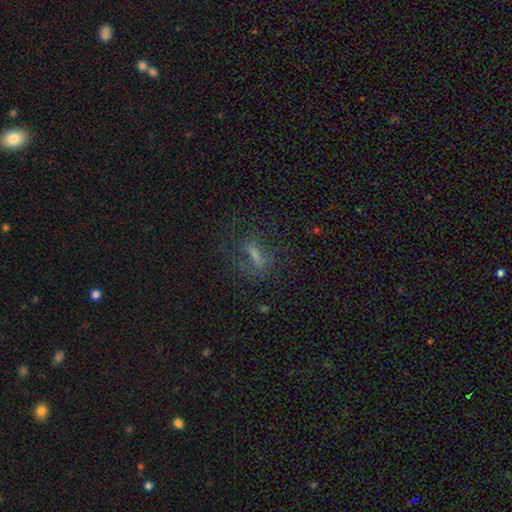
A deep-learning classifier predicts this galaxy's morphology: Overall: smooth (42%; featured or disk 36%). Merging: none (56%; major disturbance 23%).